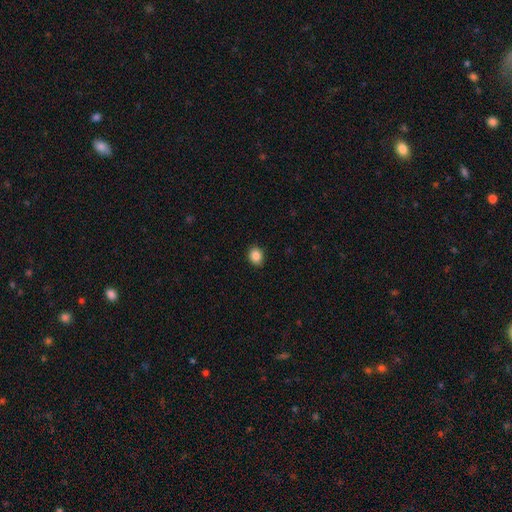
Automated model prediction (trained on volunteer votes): smooth-or-featured: smooth: 87% | star or artifact: 9% | featured or disk: 4%
  how-rounded: round: 54% | in between: 46% | cigar-shaped: 1%
  merging: none: 90% | minor disturbance: 7% | major disturbance: 2% | merger: 1%